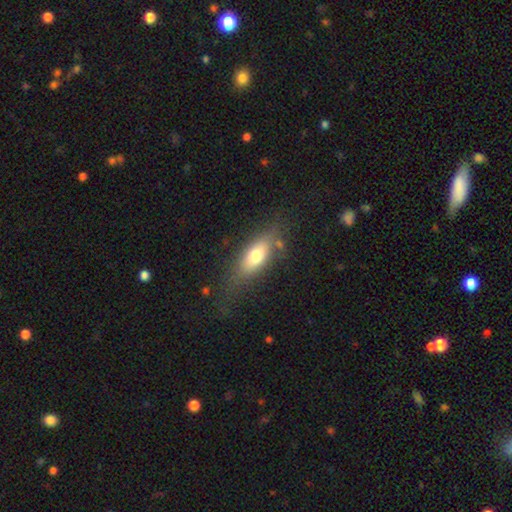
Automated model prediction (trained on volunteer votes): This is likely a smooth galaxy (68%). How rounded: likely in between (74%). Merging: likely none (69%).